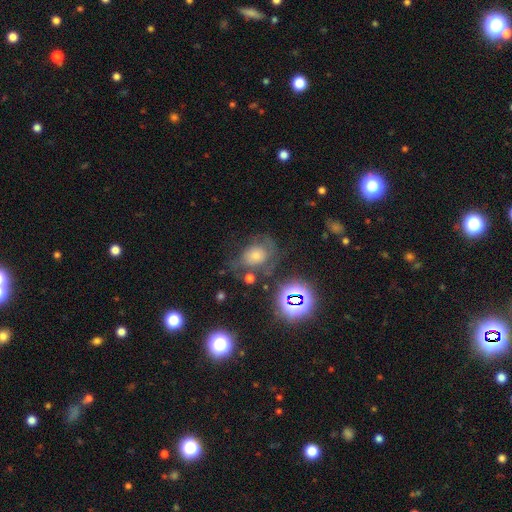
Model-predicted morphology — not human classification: smooth_or_featured: featured or disk (p=0.42) [alt: smooth p=0.31]
merging: none (p=0.57) [alt: minor disturbance p=0.21]